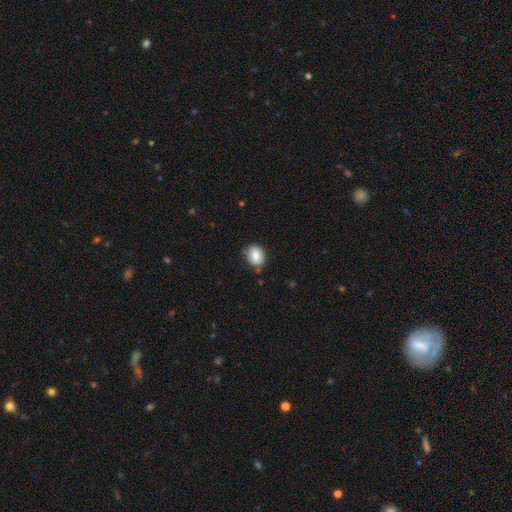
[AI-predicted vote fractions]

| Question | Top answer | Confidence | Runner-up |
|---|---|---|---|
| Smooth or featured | smooth | 79% | featured or disk (12%) |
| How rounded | in between | 50% | round (49%) |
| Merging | none | 73% | minor disturbance (20%) |